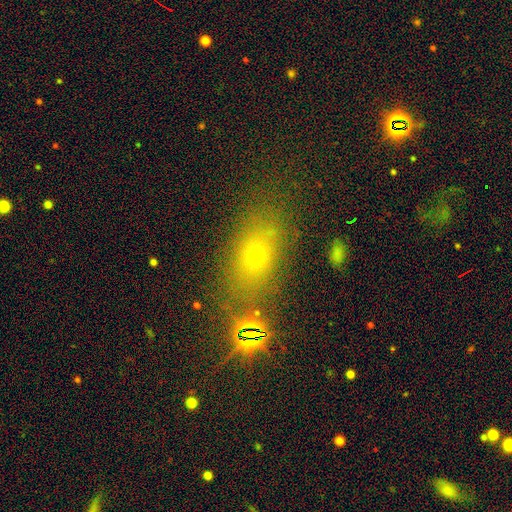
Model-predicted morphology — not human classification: Q: Smooth or featured?
A: smooth (58%); runner-up: star or artifact (26%)
Q: How rounded?
A: in between (68%); runner-up: round (26%)
Q: Merging?
A: none (70%); runner-up: minor disturbance (13%)